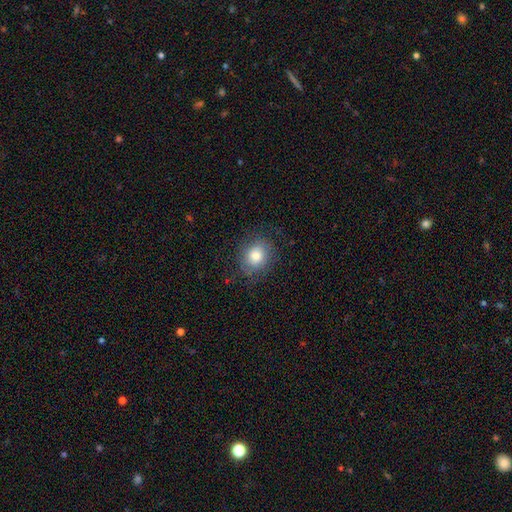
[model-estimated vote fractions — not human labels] A smooth galaxy with no disk features (80%) that is round (65%). Merging: none (78%).